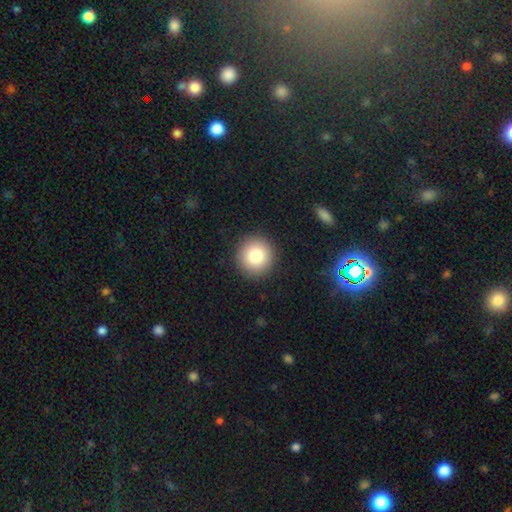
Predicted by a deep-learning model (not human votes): smooth-or-featured: smooth: 82% | star or artifact: 10% | featured or disk: 8%
  how-rounded: round: 95% | in between: 5% | cigar-shaped: 1%
  merging: none: 92% | minor disturbance: 5% | major disturbance: 2% | merger: 1%